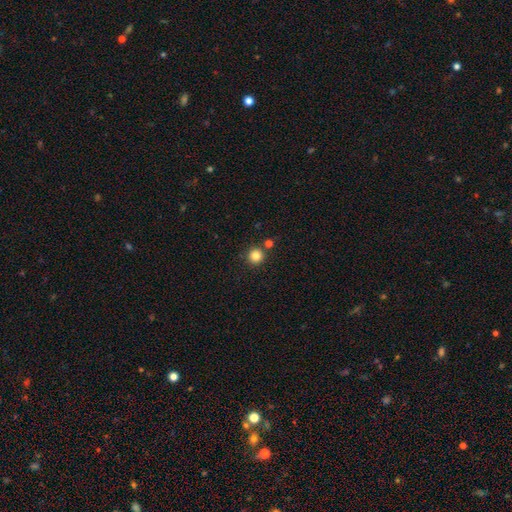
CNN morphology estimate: This appears to be a smooth galaxy with no disk features (83%) that is round (95%). Merging: none (84%).